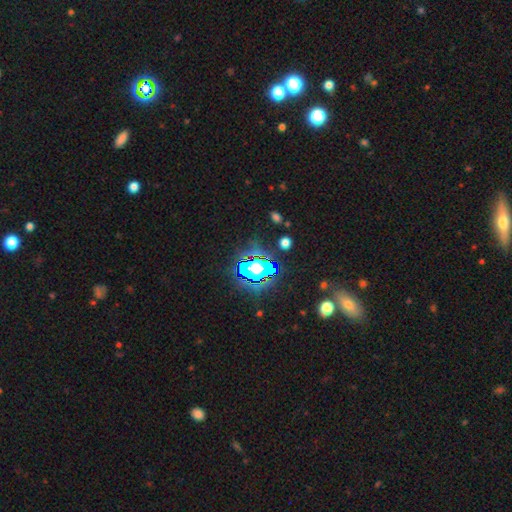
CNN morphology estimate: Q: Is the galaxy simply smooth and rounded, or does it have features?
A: star or artifact — 80%.